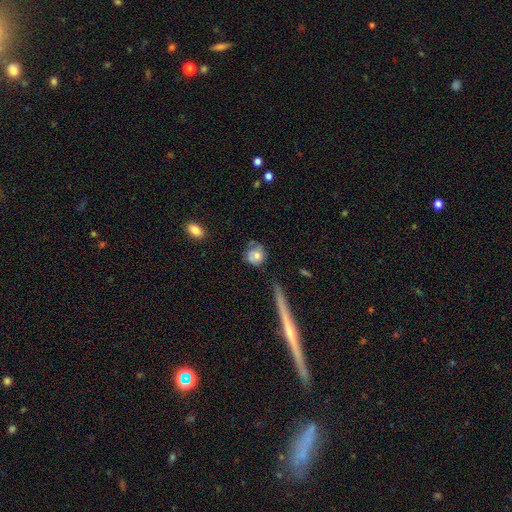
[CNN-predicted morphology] Smooth or featured? Predicted: smooth (p=0.66). How rounded? Predicted: round (p=0.77). Merging? Predicted: none (p=0.54).